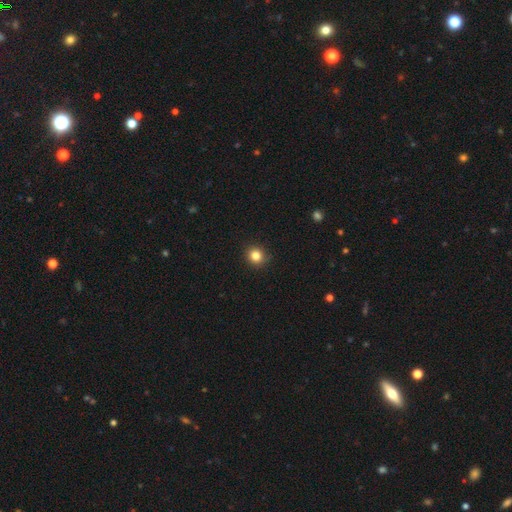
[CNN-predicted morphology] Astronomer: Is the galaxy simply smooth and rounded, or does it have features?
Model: smooth — 83%.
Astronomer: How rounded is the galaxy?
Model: round — 91%.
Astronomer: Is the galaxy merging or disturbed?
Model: none — 90%.